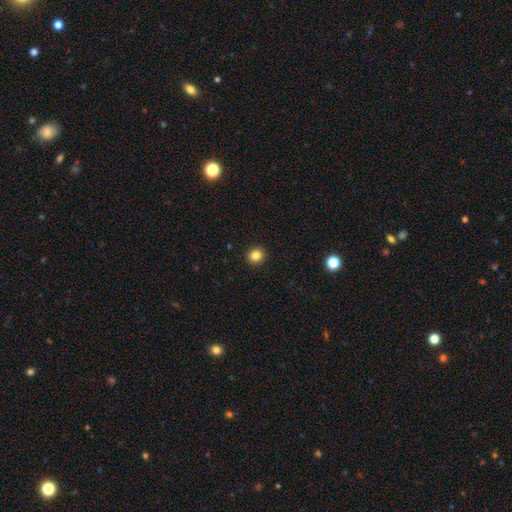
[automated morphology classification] smooth_or_featured: smooth (p=0.84) [alt: star or artifact p=0.11]
how_rounded: round (p=0.86) [alt: in between p=0.13]
merging: none (p=0.93) [alt: minor disturbance p=0.05]